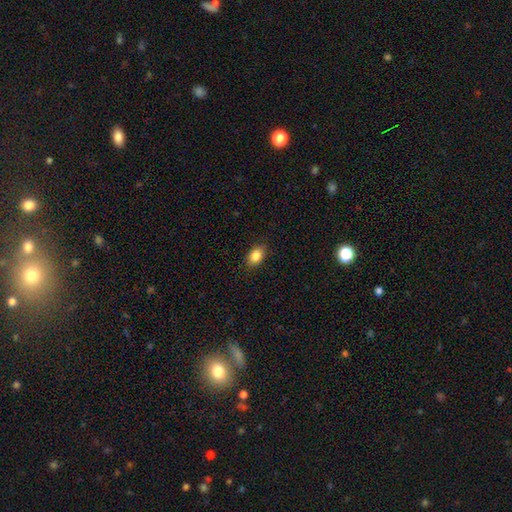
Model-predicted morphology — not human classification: This is clearly a smooth galaxy (85%). How rounded: clearly in between (83%). Merging: clearly none (87%).